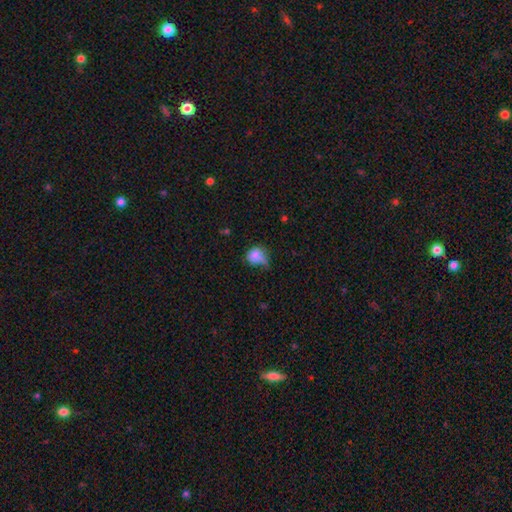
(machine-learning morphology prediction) A smooth galaxy with no disk features (78%) that is in between round and cigar-shaped (50%).

Vote fractions:
- Smooth or featured? smooth: 78% / featured or disk: 12% / star or artifact: 10%
- How rounded? in between: 50% / round: 49% / cigar-shaped: 2%
- Merging? minor disturbance: 40% / none: 30% / major disturbance: 24% / merger: 7%